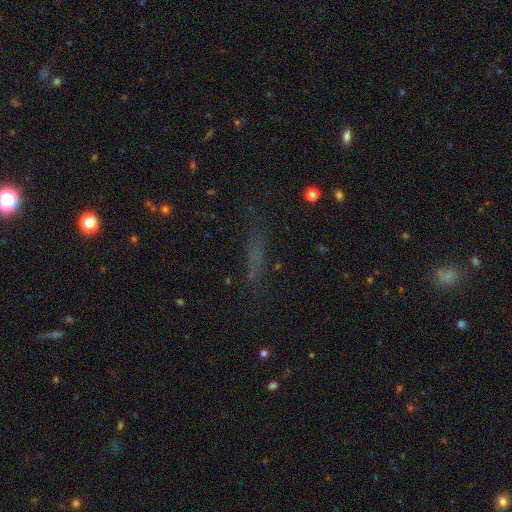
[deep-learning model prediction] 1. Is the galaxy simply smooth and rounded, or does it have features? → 51% smooth, 26% star or artifact, 23% featured or disk.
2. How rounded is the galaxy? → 79% cigar-shaped, 17% in between, 4% round.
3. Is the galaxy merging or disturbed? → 69% none, 17% minor disturbance, 11% major disturbance, 3% merger.